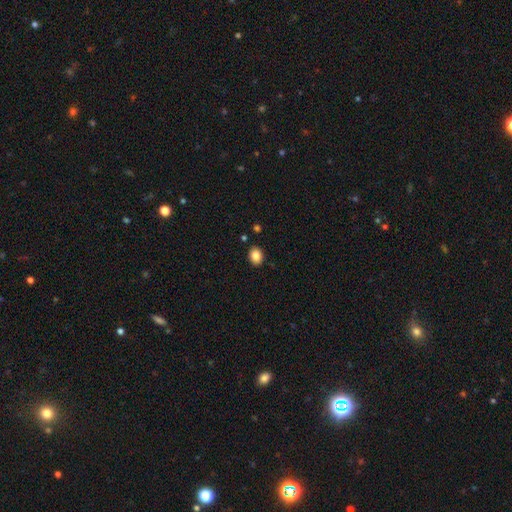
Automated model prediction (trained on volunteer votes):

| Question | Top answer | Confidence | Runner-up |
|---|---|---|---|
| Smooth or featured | smooth | 85% | star or artifact (9%) |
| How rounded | in between | 59% | round (40%) |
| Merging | none | 88% | minor disturbance (8%) |